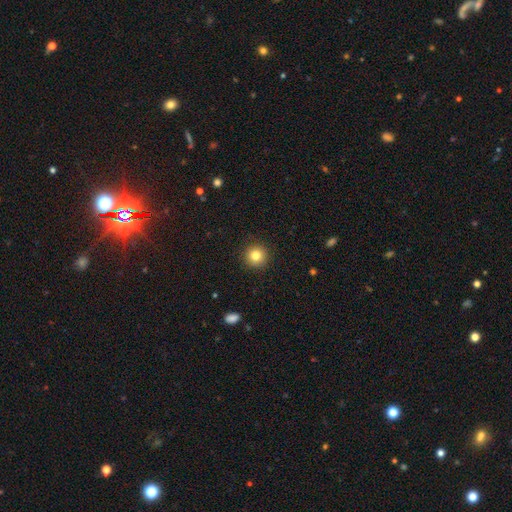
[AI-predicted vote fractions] This is clearly a smooth galaxy (82%). How rounded: clearly round (95%). Merging: clearly none (92%).